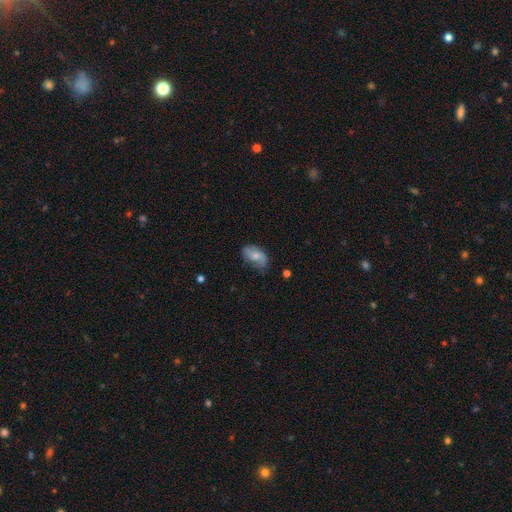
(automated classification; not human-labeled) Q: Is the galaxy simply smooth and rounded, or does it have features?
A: smooth — 60%.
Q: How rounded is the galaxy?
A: in between — 90%.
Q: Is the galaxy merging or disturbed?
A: none — 60%.